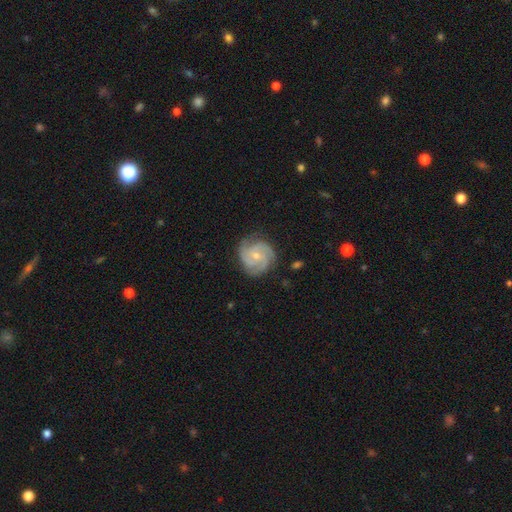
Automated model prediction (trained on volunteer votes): A featured or disk galaxy (85%) with no bar (61%), 3 (60%) tight (58%) spiral arms (97%) and a small central bulge (63%). Merging: none (77%).